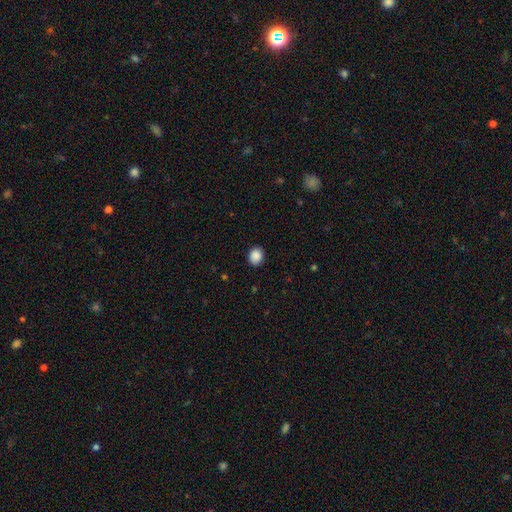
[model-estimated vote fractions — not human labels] Morphology: type=smooth (89%); roundness=round (65%); merging=none (89%).